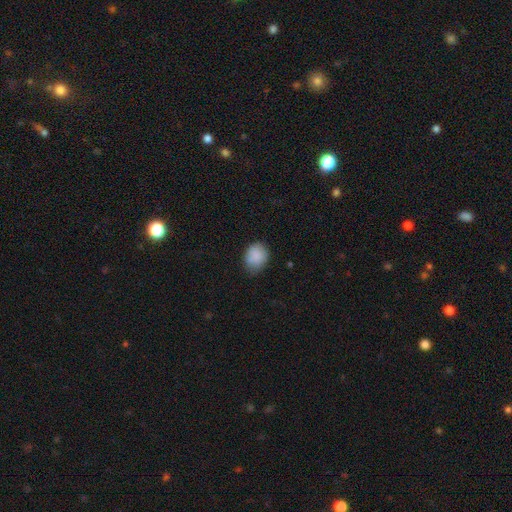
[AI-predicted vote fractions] The model was most divided on "how rounded": round: 55%, in between: 44%, cigar-shaped: 1%. More confident: smooth or featured — smooth (86%); merging — none (64%).